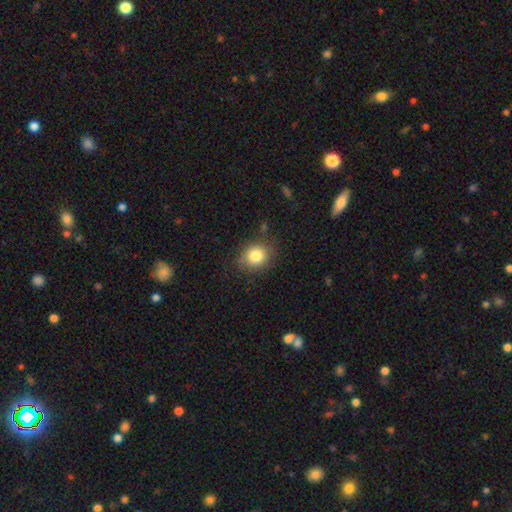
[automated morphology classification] This appears to be a smooth galaxy with no disk features (82%) that is round (69%). Merging: none (79%).